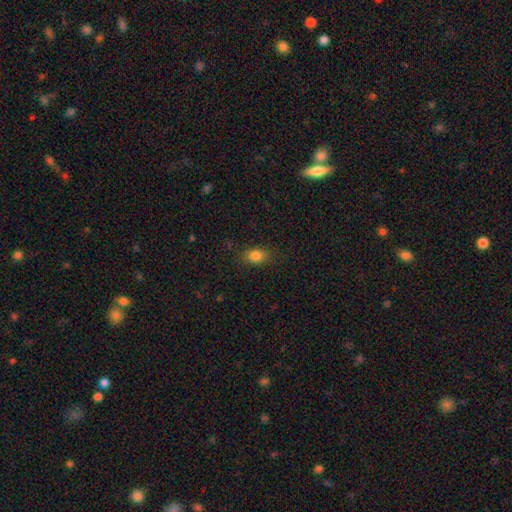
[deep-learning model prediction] This is clearly a smooth galaxy (83%). How rounded: likely in between (78%). Merging: clearly none (83%).